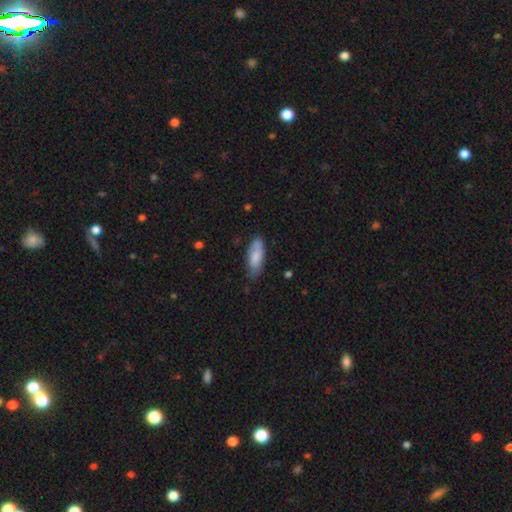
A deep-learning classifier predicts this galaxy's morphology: Smooth or featured: smooth — 78% (featured or disk — 16%)
How rounded: in between — 77% (cigar-shaped — 22%)
Merging: none — 70% (minor disturbance — 24%)